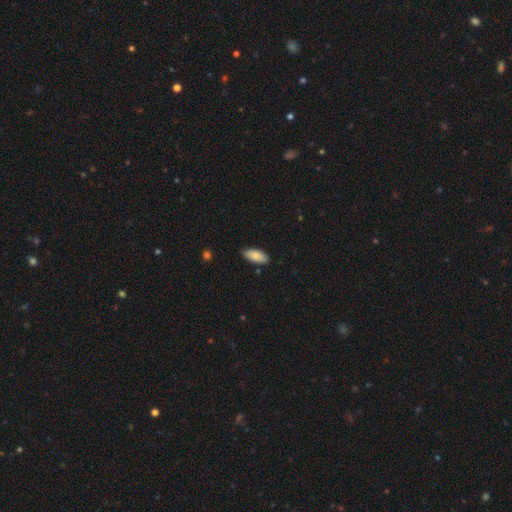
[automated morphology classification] type=smooth (85%); roundness=in between (86%); merging=none (85%).